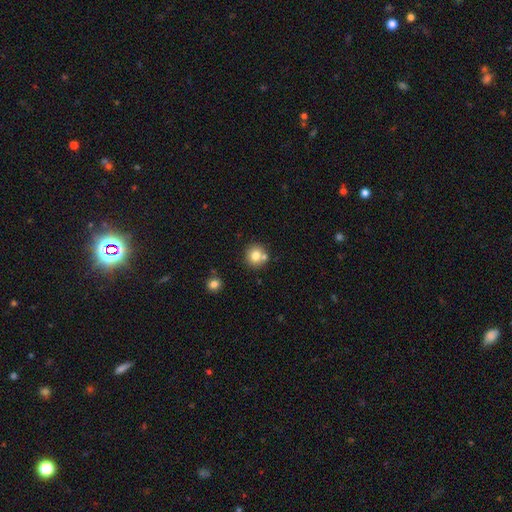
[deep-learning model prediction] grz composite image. It shows a smooth galaxy with no disk features (78%) that is round (90%). Merging: none (68%).